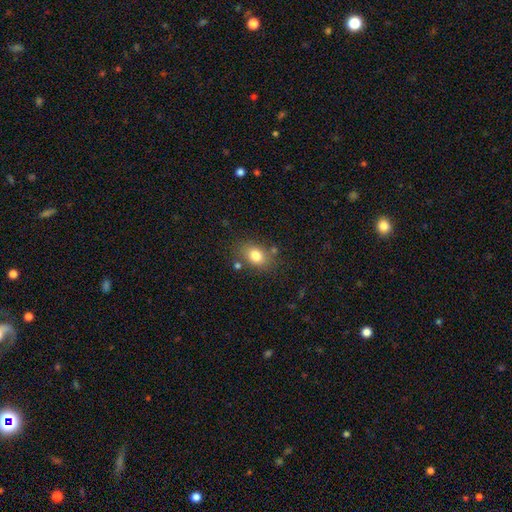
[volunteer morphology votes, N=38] smooth_or_featured: smooth (p=0.82) [alt: featured or disk p=0.11]
how_rounded: in between (p=0.68) [alt: round p=0.29]
merging: none (p=0.77) [alt: minor disturbance p=0.09]